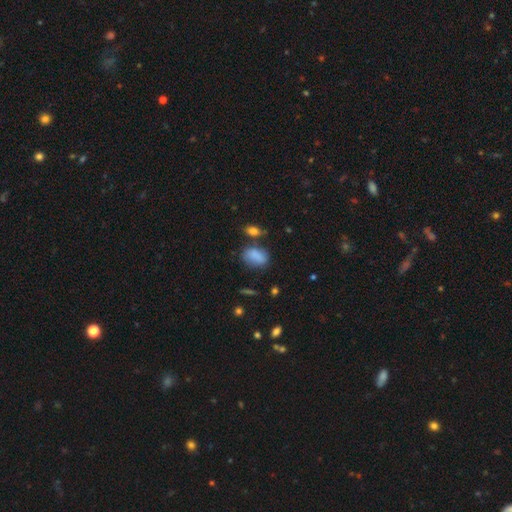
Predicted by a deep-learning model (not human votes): smooth_or_featured: smooth (p=0.83) [alt: star or artifact p=0.09]
how_rounded: in between (p=0.86) [alt: round p=0.11]
merging: none (p=0.61) [alt: minor disturbance p=0.21]